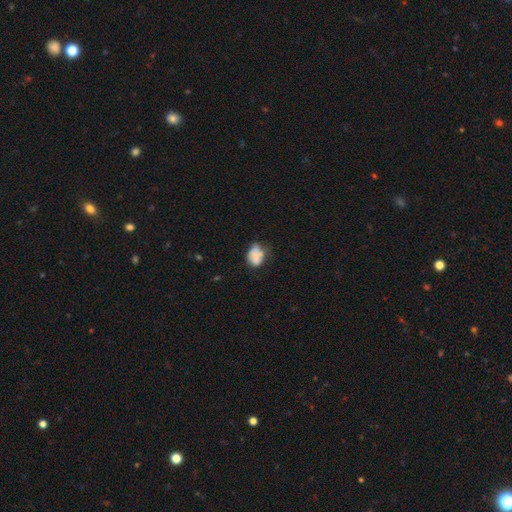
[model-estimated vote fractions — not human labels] smooth-or-featured: smooth: 71% | featured or disk: 20% | star or artifact: 10%
  how-rounded: in between: 73% | round: 25% | cigar-shaped: 1%
  merging: none: 43% | minor disturbance: 35% | major disturbance: 13% | merger: 10%